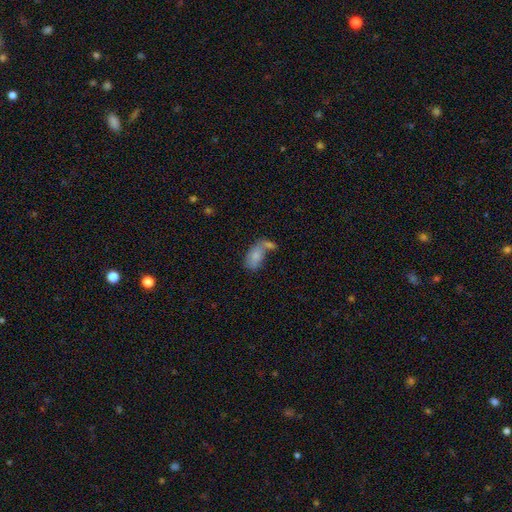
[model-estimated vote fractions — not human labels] A smooth galaxy with no disk features (75%) that is in between round and cigar-shaped (91%). Merging: merger (44%).